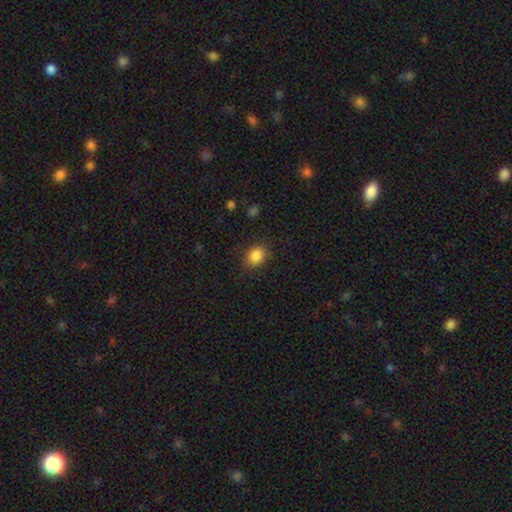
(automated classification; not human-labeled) Smooth or featured: smooth — 86% (star or artifact — 10%)
How rounded: round — 52% (in between — 47%)
Merging: none — 83% (minor disturbance — 13%)